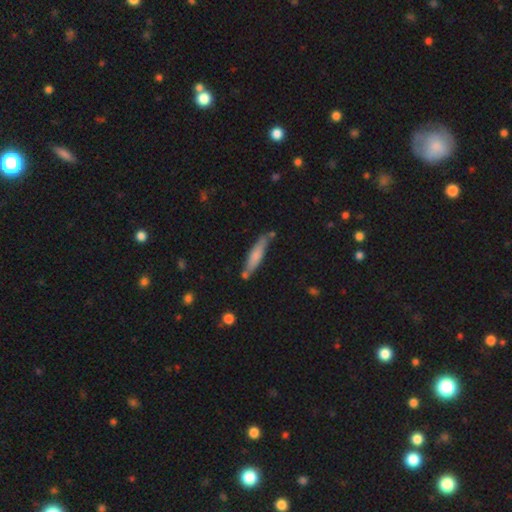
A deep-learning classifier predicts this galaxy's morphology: Smooth or featured?
  - smooth: 70% *
  - featured or disk: 24%
  - star or artifact: 6%
How rounded?
  - cigar-shaped: 84% *
  - in between: 14%
  - round: 1%
Merging?
  - none: 71% *
  - minor disturbance: 17%
  - merger: 8%
  - major disturbance: 3%